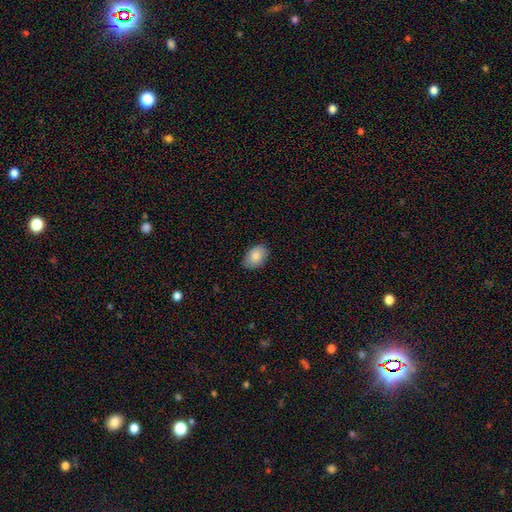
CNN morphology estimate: smooth_or_featured: smooth (p=0.86) [alt: featured or disk p=0.08]
how_rounded: in between (p=0.85) [alt: round p=0.14]
merging: none (p=0.83) [alt: minor disturbance p=0.14]